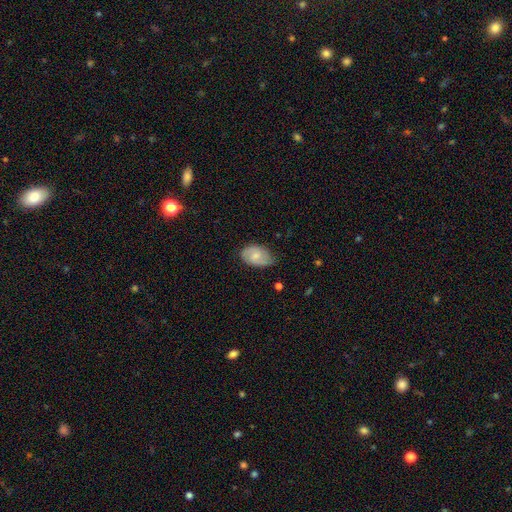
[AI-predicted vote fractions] Smooth or featured? smooth (51%)
How rounded? in between (86%)
Merging? none (65%)